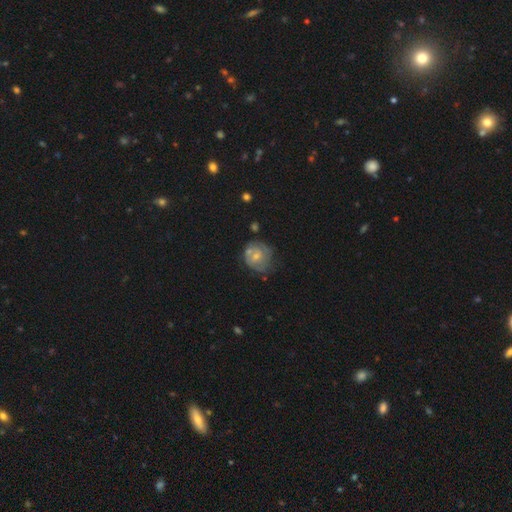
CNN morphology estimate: Smooth or featured: featured or disk — 51% (smooth — 41%)
Edge-on disk: no — 98% (yes — 2%)
Bar: no — 69% (weak — 27%)
Spiral arms: yes — 59% (no — 41%)
Bulge size: small — 49% (moderate — 43%)
Merging: none — 50% (minor disturbance — 27%)